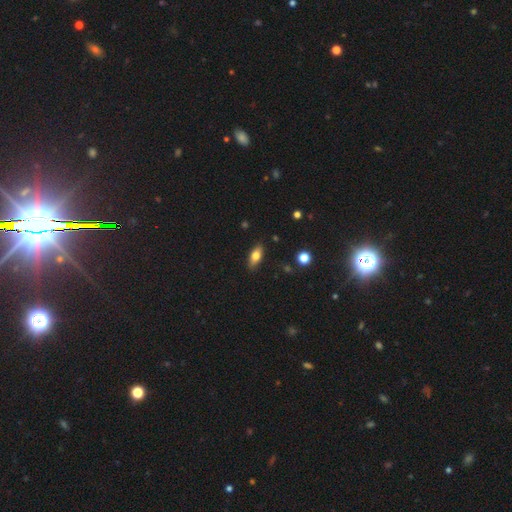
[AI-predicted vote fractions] This is likely a smooth galaxy (71%). How rounded: likely in between (79%). Merging: clearly none (87%).